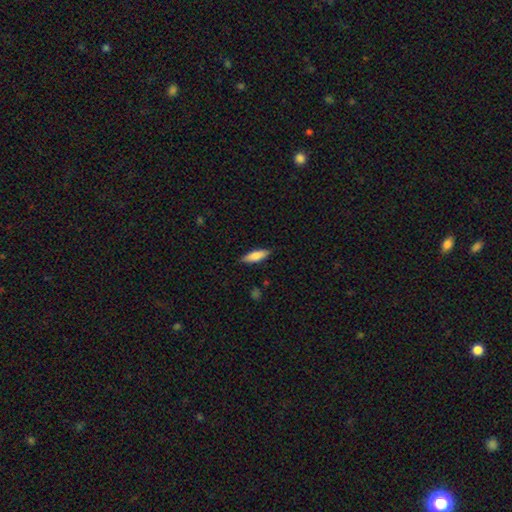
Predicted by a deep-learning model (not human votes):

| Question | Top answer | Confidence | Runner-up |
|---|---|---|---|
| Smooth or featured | smooth | 80% | featured or disk (14%) |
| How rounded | in between | 52% | cigar-shaped (46%) |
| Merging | none | 86% | minor disturbance (10%) |